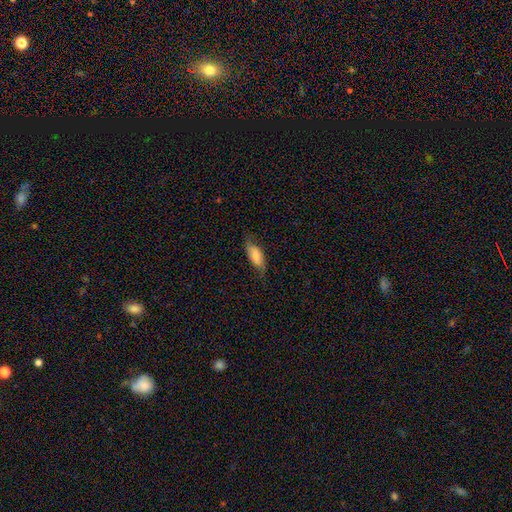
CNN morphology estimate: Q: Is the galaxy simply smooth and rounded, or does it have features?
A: smooth — 73%.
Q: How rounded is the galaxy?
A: in between — 82%.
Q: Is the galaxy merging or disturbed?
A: none — 67%.